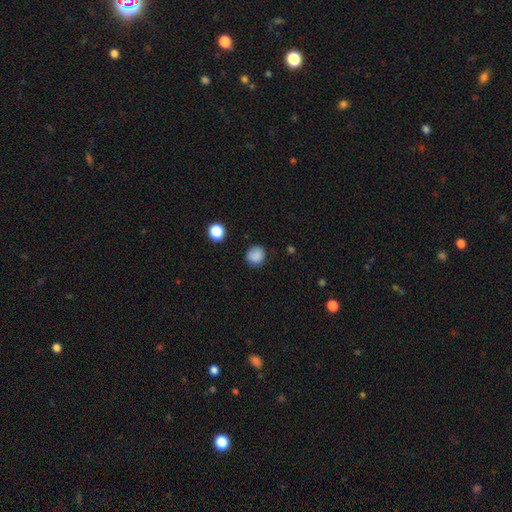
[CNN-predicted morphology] smooth 86%, star or artifact 11%, featured or disk 3%. Down the decision tree: how rounded — round (86%); merging — none (85%).